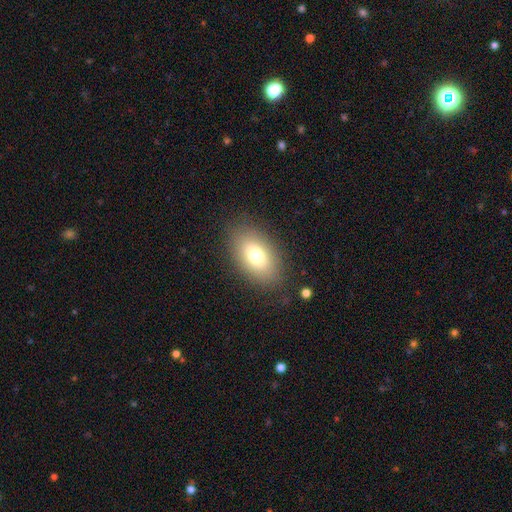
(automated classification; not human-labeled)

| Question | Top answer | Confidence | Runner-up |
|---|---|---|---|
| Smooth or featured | smooth | 76% | featured or disk (15%) |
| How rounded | in between | 90% | round (8%) |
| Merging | none | 85% | minor disturbance (10%) |